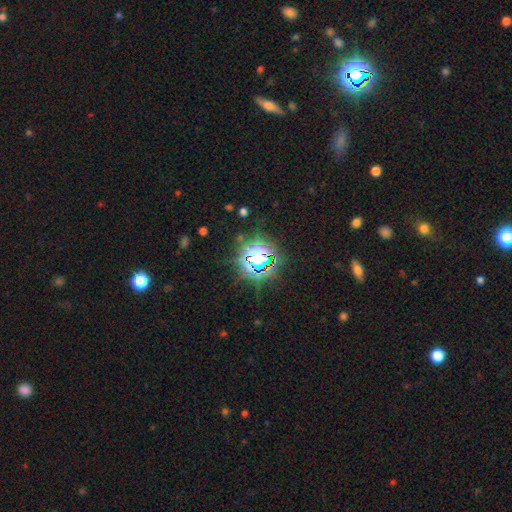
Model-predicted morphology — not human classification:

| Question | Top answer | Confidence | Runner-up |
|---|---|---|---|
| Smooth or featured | star or artifact | 78% | smooth (13%) |